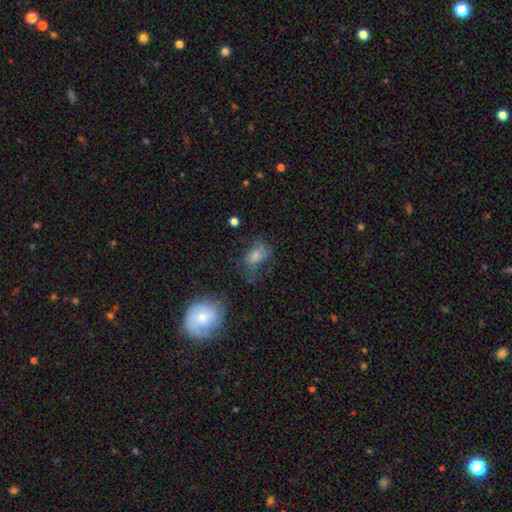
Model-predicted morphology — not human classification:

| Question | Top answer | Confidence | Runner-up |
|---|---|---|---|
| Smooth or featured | smooth | 57% | featured or disk (27%) |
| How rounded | in between | 71% | round (27%) |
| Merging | none | 47% | minor disturbance (26%) |